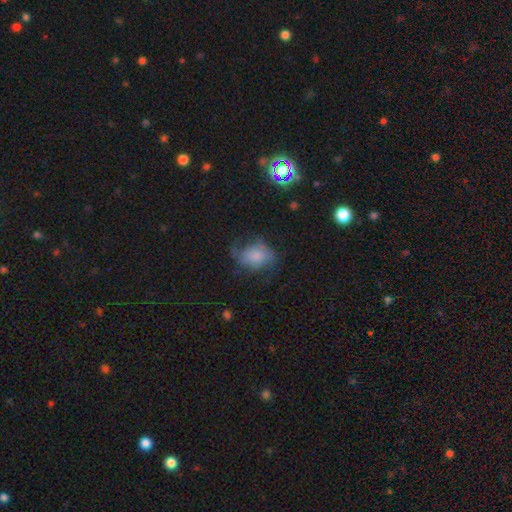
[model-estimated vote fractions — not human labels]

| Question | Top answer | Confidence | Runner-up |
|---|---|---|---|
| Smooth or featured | smooth | 53% | featured or disk (35%) |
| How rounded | in between | 67% | round (31%) |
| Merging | none | 43% | minor disturbance (28%) |